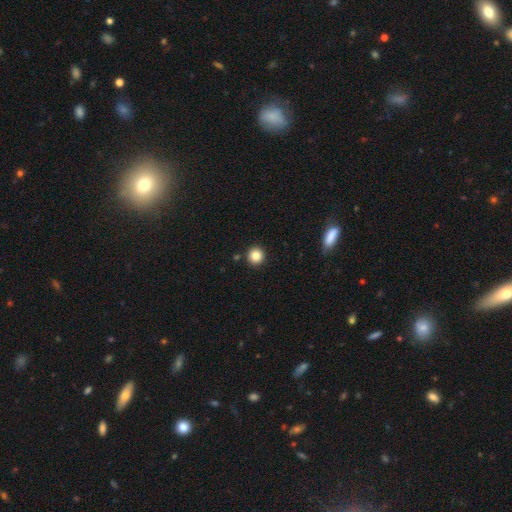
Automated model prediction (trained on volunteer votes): smooth 84%, star or artifact 11%, featured or disk 5%. Down the decision tree: how rounded — round (95%); merging — none (90%).